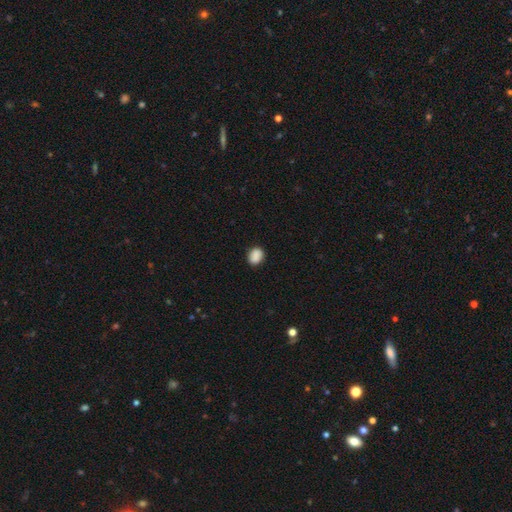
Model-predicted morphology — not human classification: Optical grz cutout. It shows a smooth galaxy with no disk features (88%) that is in between round and cigar-shaped (53%). Merging: none (85%).